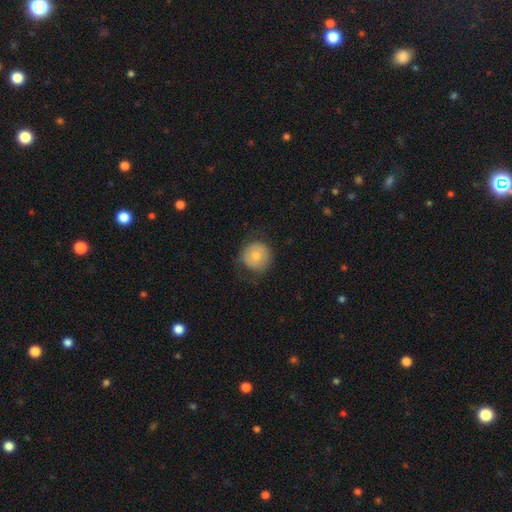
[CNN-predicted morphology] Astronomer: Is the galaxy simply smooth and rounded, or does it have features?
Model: smooth — 74%.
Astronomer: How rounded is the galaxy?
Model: round — 91%.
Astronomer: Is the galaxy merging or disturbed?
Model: none — 66%.